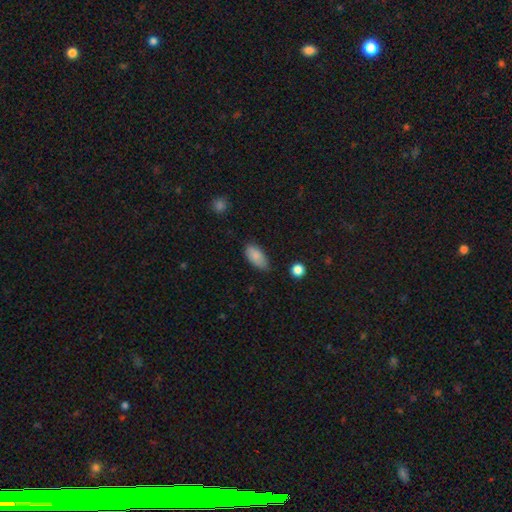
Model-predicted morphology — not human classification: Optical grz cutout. It shows a smooth galaxy with no disk features (86%) that is in between round and cigar-shaped (92%). Merging: none (67%).